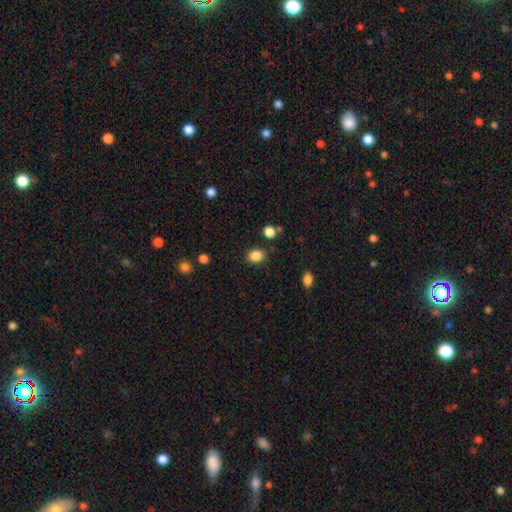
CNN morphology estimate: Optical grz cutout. It shows a smooth galaxy with no disk features (87%) that is in between round and cigar-shaped (62%). Merging: none (83%).